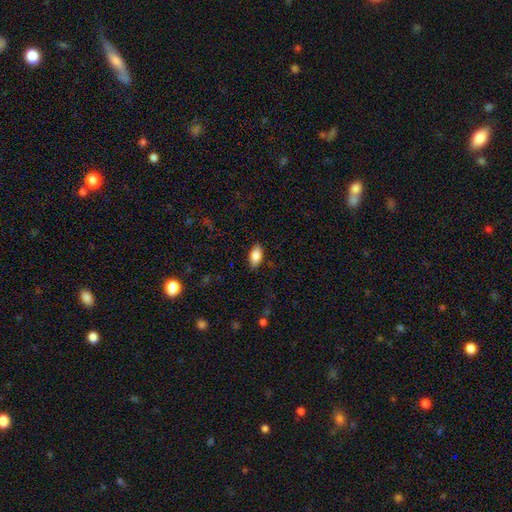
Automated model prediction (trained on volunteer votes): smooth 83%, featured or disk 9%, star or artifact 7%. Down the decision tree: how rounded — in between (92%); merging — none (86%).